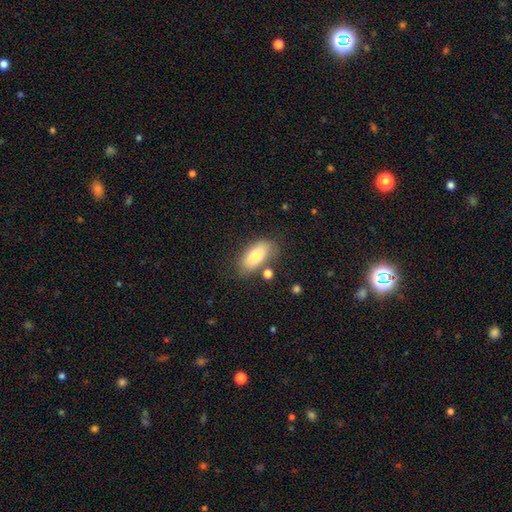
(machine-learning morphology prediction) smooth-or-featured: smooth: 81% | featured or disk: 12% | star or artifact: 7%
  how-rounded: in between: 88% | cigar-shaped: 9% | round: 3%
  merging: none: 71% | minor disturbance: 17% | merger: 7% | major disturbance: 5%